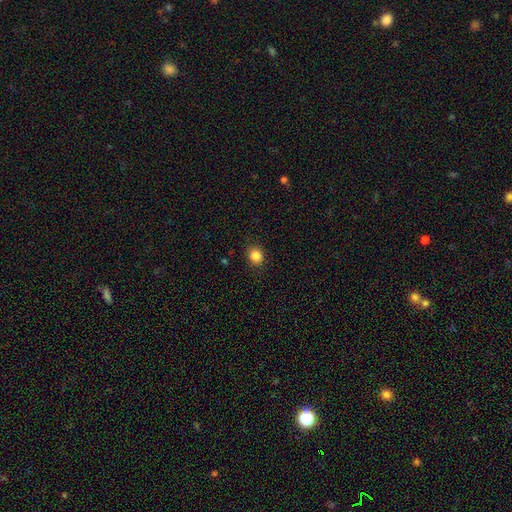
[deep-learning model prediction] Smooth or featured? Predicted: smooth (p=0.85). How rounded? Predicted: round (p=0.78). Merging? Predicted: none (p=0.89).